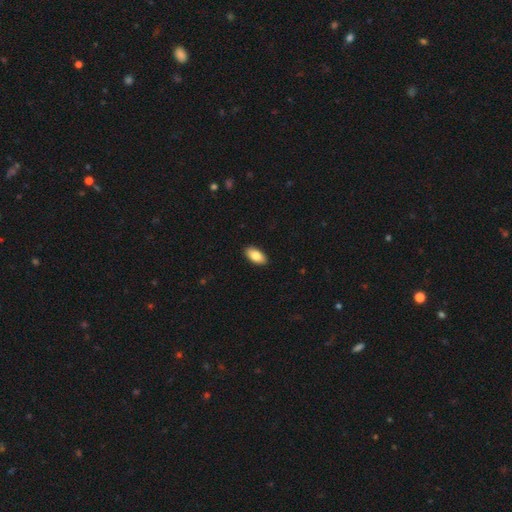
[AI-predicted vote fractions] This is clearly a smooth galaxy (84%). How rounded: clearly in between (93%). Merging: clearly none (91%).